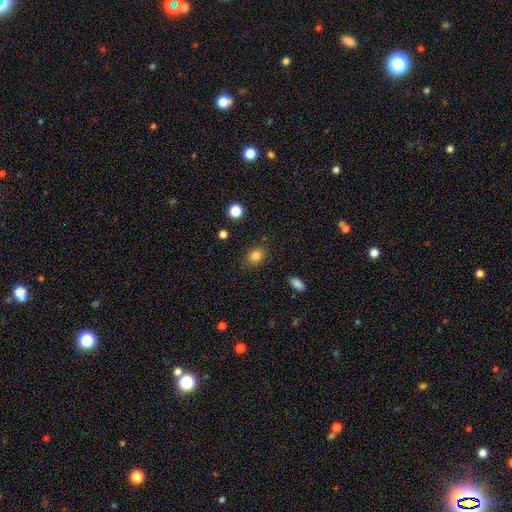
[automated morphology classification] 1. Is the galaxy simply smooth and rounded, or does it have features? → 84% smooth, 11% star or artifact, 5% featured or disk.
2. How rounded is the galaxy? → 55% in between, 43% round, 1% cigar-shaped.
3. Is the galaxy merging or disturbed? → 83% none, 12% minor disturbance, 3% major disturbance, 2% merger.